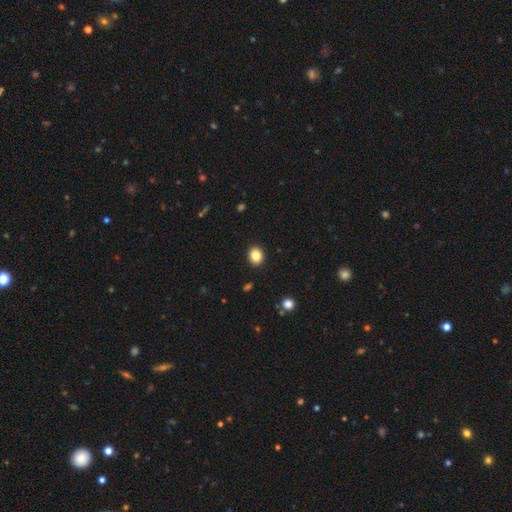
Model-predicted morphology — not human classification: The model was most divided on "how rounded": round: 65%, in between: 34%, cigar-shaped: 1%. More confident: merging — none (91%); smooth or featured — smooth (85%).